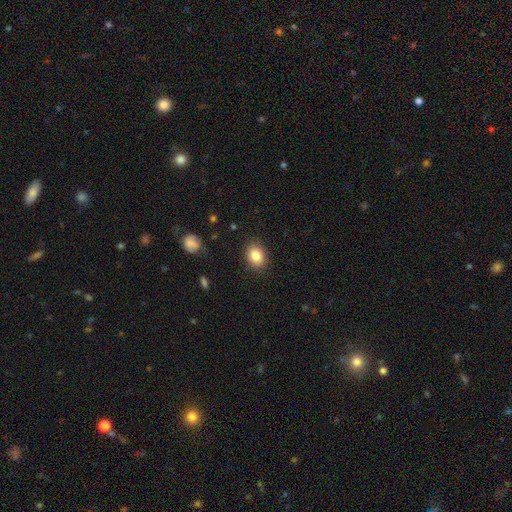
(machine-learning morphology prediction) Smooth or featured: smooth — 85% (star or artifact — 9%)
How rounded: in between — 59% (round — 40%)
Merging: none — 86% (minor disturbance — 10%)